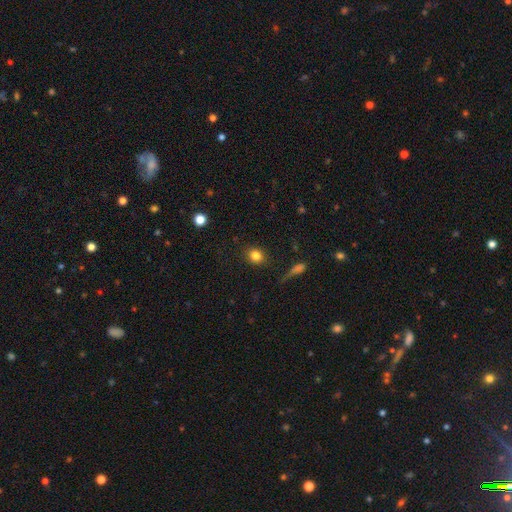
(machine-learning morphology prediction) A smooth galaxy with no disk features (83%) that is round (66%).

Vote fractions:
- Smooth or featured? smooth: 83% / star or artifact: 11% / featured or disk: 7%
- How rounded? round: 66% / in between: 33% / cigar-shaped: 1%
- Merging? none: 86% / minor disturbance: 9% / major disturbance: 3% / merger: 2%